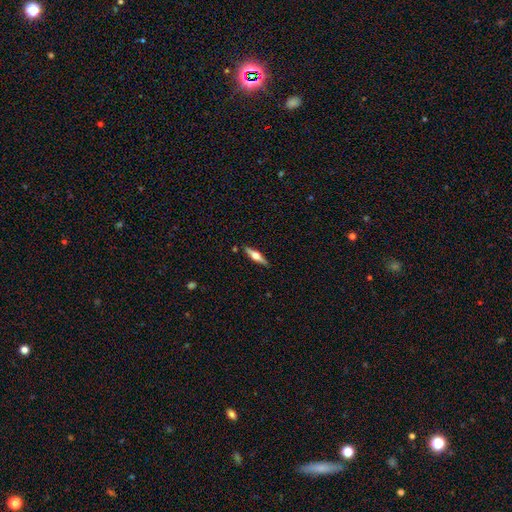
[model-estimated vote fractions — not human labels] Morphology: type=featured or disk (61%); edge-on=yes (96%); edge-on bulge=rounded (92%); merging=none (89%).